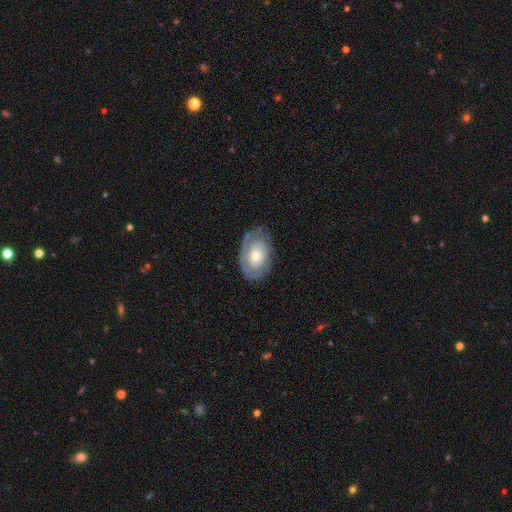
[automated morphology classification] Smooth or featured: featured or disk — 55% (smooth — 39%)
Edge-on disk: no — 93% (yes — 7%)
Bar: no — 86% (weak — 12%)
Spiral arms: yes — 54% (no — 46%)
Bulge size: moderate — 61% (small — 25%)
Merging: none — 69% (minor disturbance — 22%)